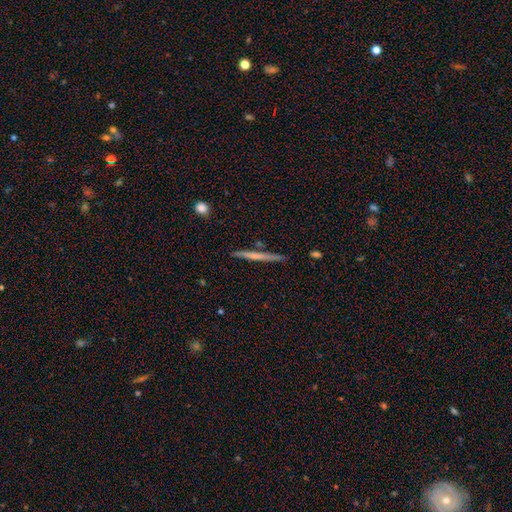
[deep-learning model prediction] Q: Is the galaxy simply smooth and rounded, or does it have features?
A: smooth — 51%.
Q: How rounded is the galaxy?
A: cigar-shaped — 96%.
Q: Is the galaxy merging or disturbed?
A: none — 87%.